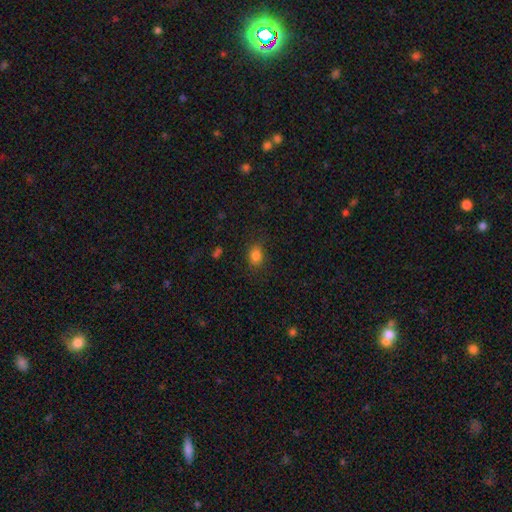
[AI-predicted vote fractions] Smooth or featured? Predicted: smooth (p=0.82). How rounded? Predicted: in between (p=0.54). Merging? Predicted: none (p=0.82).